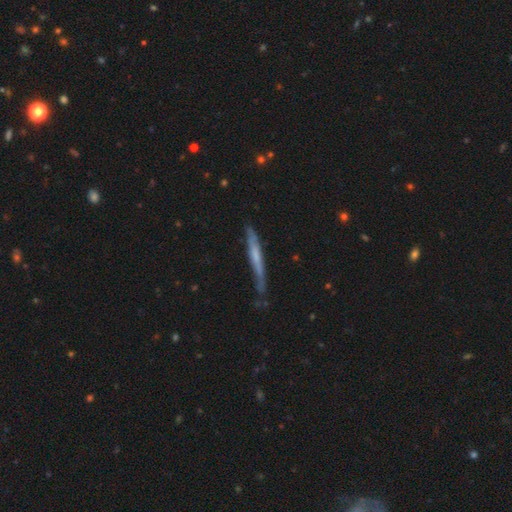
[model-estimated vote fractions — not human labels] This appears to be a featured or disk galaxy (52%) viewed edge-on (91%). Merging: none (67%).